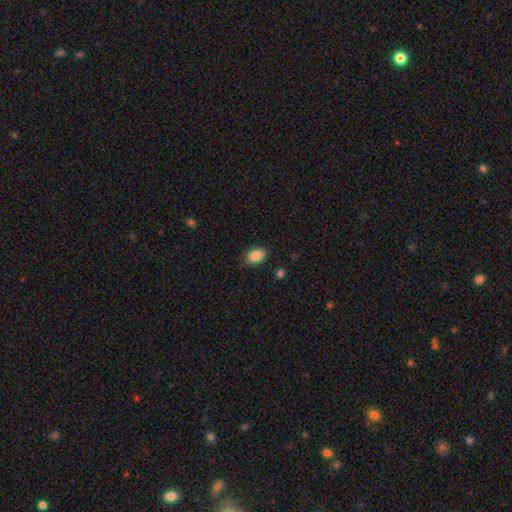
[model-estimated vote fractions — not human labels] Smooth or featured: smooth — 86% (star or artifact — 8%)
How rounded: in between — 86% (round — 13%)
Merging: none — 87% (minor disturbance — 10%)